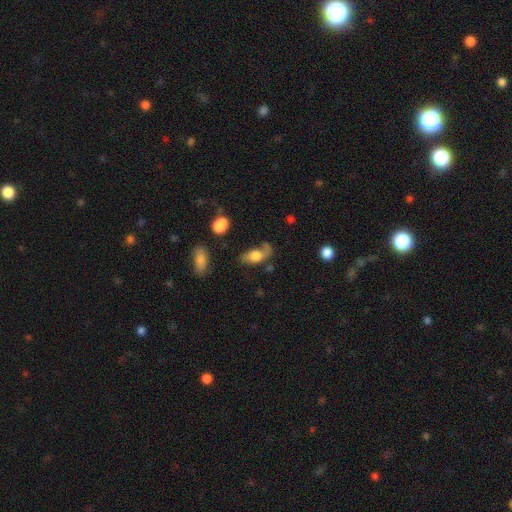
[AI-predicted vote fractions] Q: Smooth or featured?
A: smooth (52%); runner-up: featured or disk (39%)
Q: How rounded?
A: in between (82%); runner-up: round (10%)
Q: Merging?
A: none (38%); runner-up: major disturbance (29%)